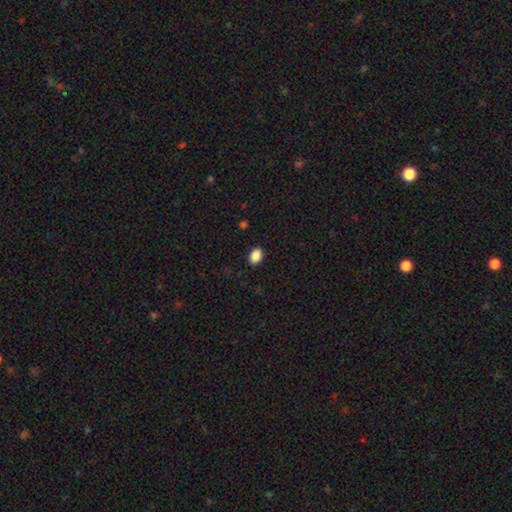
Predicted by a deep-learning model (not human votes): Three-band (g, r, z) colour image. It shows a smooth galaxy with no disk features (89%) that is in between round and cigar-shaped (80%). Merging: none (89%).